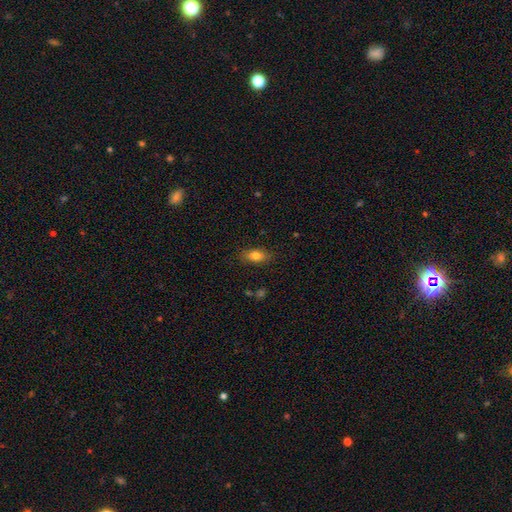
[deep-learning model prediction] Smooth or featured? smooth (79%)
How rounded? in between (85%)
Merging? none (84%)